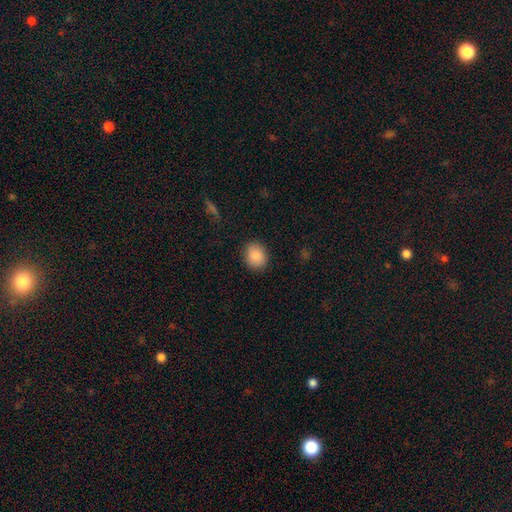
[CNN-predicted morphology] Smooth or featured? smooth (87%)
How rounded? round (57%)
Merging? none (88%)